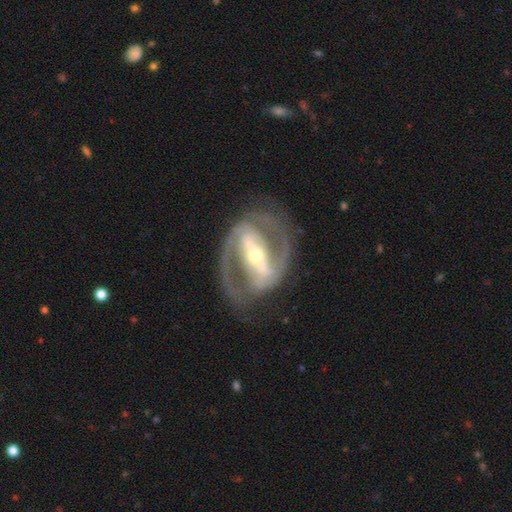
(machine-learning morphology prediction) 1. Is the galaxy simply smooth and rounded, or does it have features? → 90% featured or disk, 5% smooth, 4% star or artifact.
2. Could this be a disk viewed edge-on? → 95% no, 5% yes.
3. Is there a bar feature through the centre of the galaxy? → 77% strong, 16% weak, 7% no.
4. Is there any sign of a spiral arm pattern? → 92% yes, 8% no.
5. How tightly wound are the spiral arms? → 52% medium, 34% tight, 14% loose.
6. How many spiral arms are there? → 90% 2, 4% can't tell, 2% 3, 2% 1, 1% 4, 1% more than 4.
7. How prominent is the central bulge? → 48% small, 46% moderate, 4% large, 1% dominant, 1% none.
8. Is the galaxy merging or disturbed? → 74% none, 14% minor disturbance, 10% major disturbance, 2% merger.